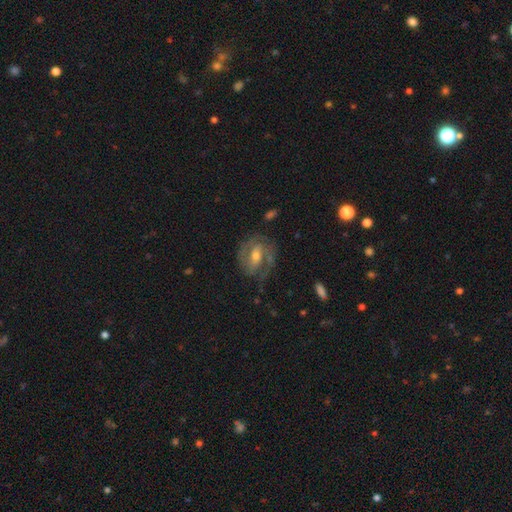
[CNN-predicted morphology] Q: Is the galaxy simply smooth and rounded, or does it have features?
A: featured or disk — 82%.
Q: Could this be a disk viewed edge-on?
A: no — 96%.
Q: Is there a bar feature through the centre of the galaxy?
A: weak — 46%.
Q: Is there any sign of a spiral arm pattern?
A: yes — 93%.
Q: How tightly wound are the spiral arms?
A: medium — 47%.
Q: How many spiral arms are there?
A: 2 — 79%.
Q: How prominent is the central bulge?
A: moderate — 58%.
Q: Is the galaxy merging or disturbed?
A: none — 71%.